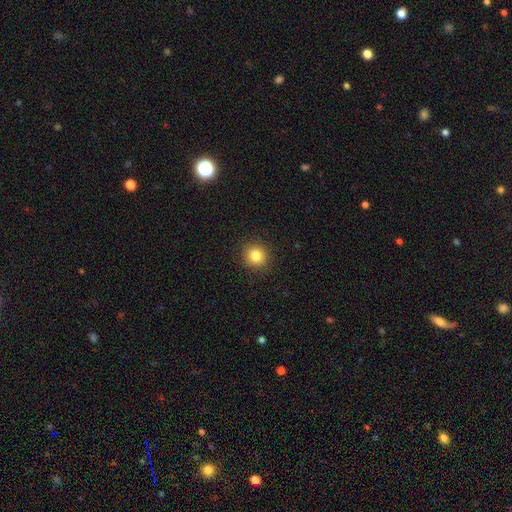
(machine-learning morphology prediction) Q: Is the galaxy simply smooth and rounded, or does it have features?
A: smooth — 83%.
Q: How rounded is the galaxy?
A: round — 92%.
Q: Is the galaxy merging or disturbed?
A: none — 92%.